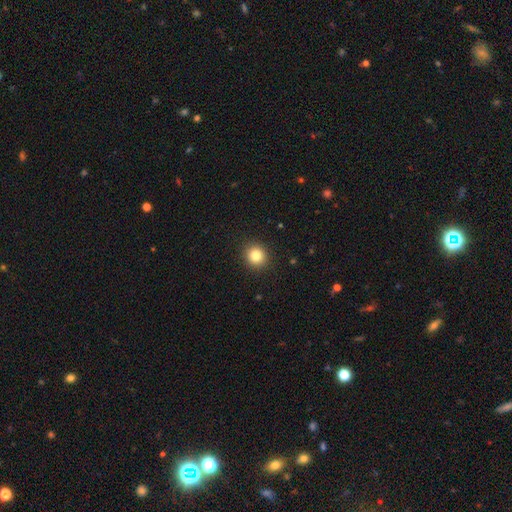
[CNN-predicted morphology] smooth-or-featured: smooth: 82% | star or artifact: 12% | featured or disk: 6%
  how-rounded: round: 90% | in between: 10% | cigar-shaped: 1%
  merging: none: 92% | minor disturbance: 5% | major disturbance: 2% | merger: 1%